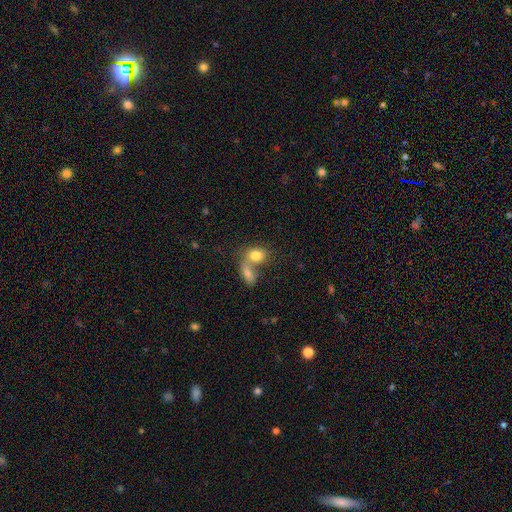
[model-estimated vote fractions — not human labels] Smooth or featured? smooth (79%)
How rounded? in between (67%)
Merging? merger (63%)